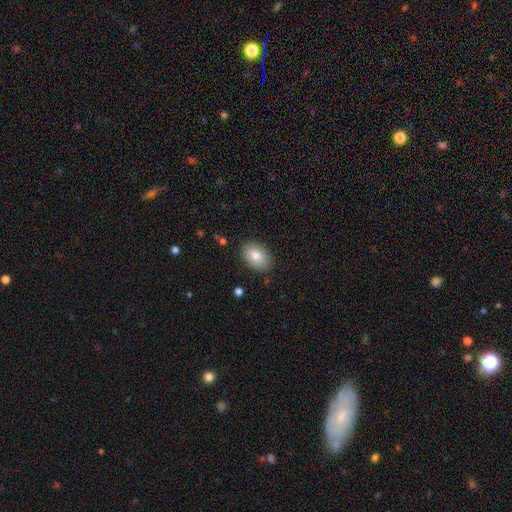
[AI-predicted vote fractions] smooth 81%, featured or disk 12%, star or artifact 8%. Down the decision tree: how rounded — in between (84%); merging — none (87%).